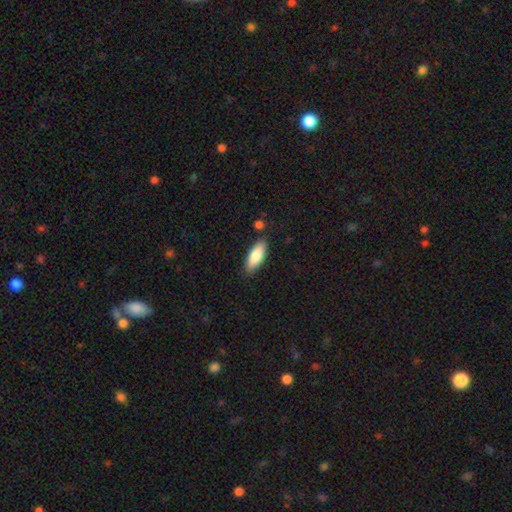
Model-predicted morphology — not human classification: smooth 83%, featured or disk 11%, star or artifact 6%. Down the decision tree: how rounded — in between (73%); merging — none (83%).